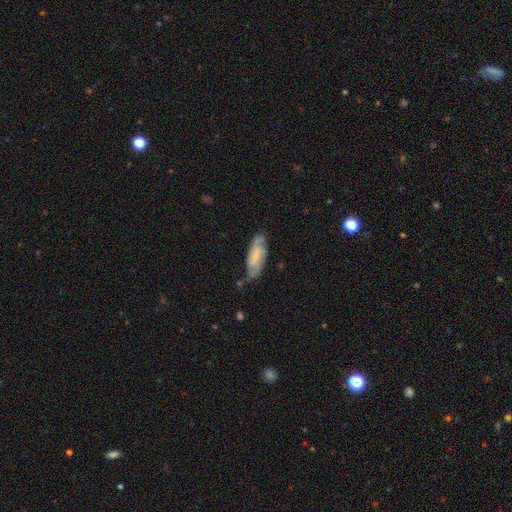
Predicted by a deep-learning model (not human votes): Smooth or featured? featured or disk (61%)
Edge-on disk? no (88%)
Bar? weak (43%)
Spiral arms? yes (91%)
Bulge size? small (43%)
Merging? none (65%)